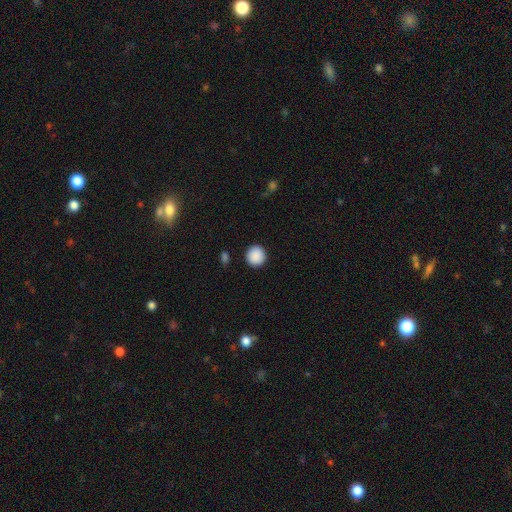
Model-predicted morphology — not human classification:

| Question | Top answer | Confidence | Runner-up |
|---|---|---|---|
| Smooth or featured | smooth | 90% | star or artifact (8%) |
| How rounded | round | 94% | in between (5%) |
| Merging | none | 91% | minor disturbance (5%) |